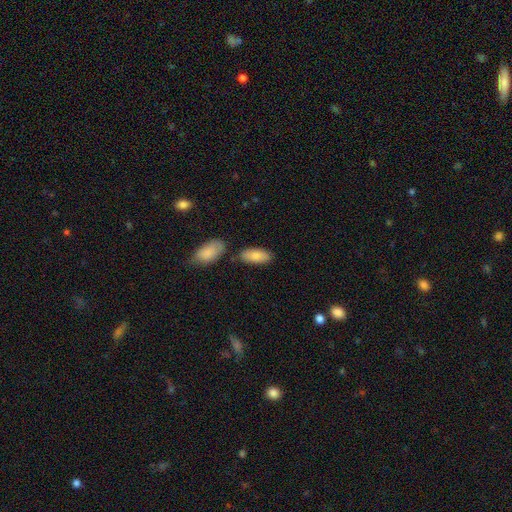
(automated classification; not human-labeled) Q: Smooth or featured?
A: smooth (83%); runner-up: featured or disk (11%)
Q: How rounded?
A: in between (88%); runner-up: cigar-shaped (10%)
Q: Merging?
A: none (75%); runner-up: minor disturbance (14%)